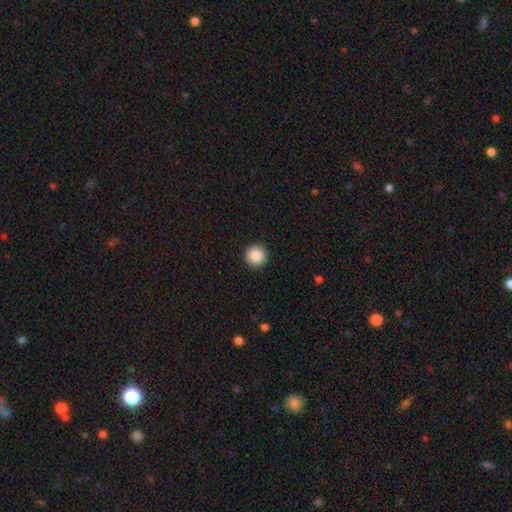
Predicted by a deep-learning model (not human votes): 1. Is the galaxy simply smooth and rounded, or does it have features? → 87% smooth, 9% star or artifact, 4% featured or disk.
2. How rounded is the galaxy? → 96% round, 3% in between, 1% cigar-shaped.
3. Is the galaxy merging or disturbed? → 93% none, 4% minor disturbance, 2% major disturbance, 1% merger.